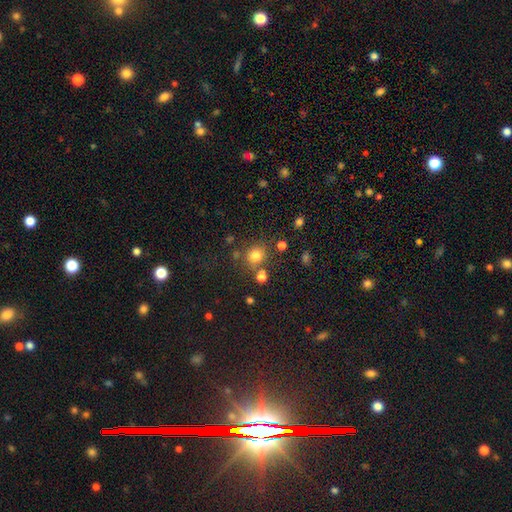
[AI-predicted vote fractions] Overall: smooth (77%). How rounded: round (84%). Merging: none (70%).